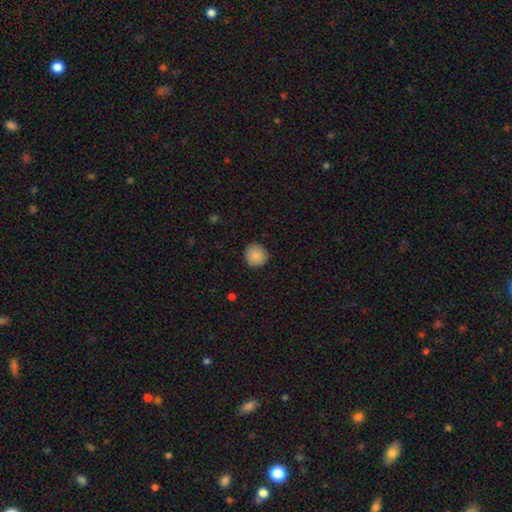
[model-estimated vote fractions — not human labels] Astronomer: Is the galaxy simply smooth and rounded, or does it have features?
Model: smooth — 88%.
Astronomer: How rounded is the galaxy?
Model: round — 94%.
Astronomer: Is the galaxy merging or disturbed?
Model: none — 91%.